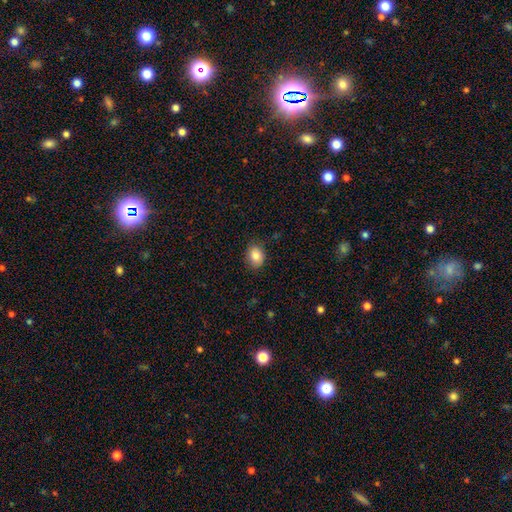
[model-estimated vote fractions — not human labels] Q: Smooth or featured?
A: smooth (86%); runner-up: star or artifact (8%)
Q: How rounded?
A: in between (67%); runner-up: round (32%)
Q: Merging?
A: none (84%); runner-up: minor disturbance (12%)